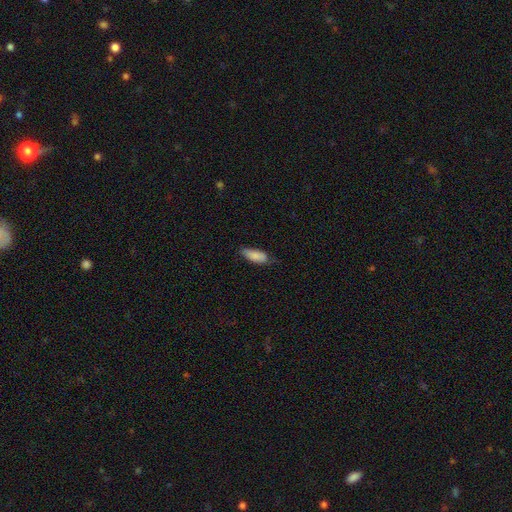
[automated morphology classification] This appears to be a smooth galaxy with no disk features (85%) that is in between round and cigar-shaped (78%). Merging: none (63%).